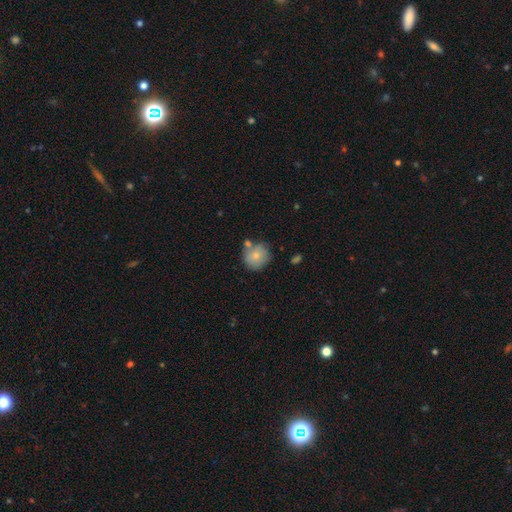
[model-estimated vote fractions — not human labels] Q: Smooth or featured?
A: smooth (77%); runner-up: featured or disk (14%)
Q: How rounded?
A: round (87%); runner-up: in between (12%)
Q: Merging?
A: none (67%); runner-up: minor disturbance (16%)